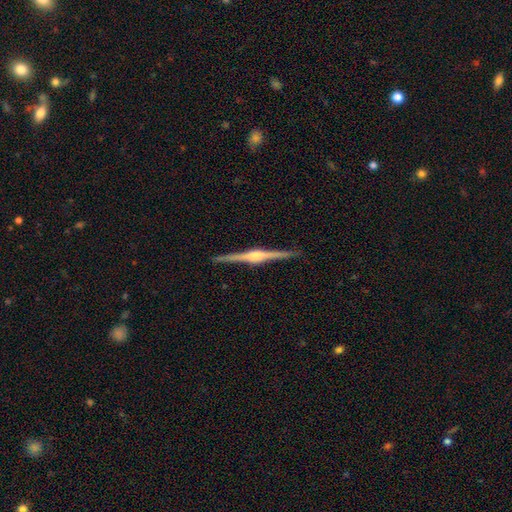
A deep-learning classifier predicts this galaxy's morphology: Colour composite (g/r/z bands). It shows a featured or disk galaxy (86%) viewed edge-on (99%) with a rounded central bulge (81%). Merging: none (91%).